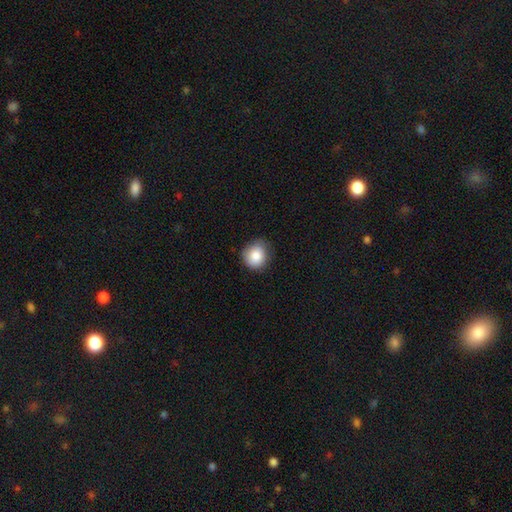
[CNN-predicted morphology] Overall: smooth (85%). How rounded: round (81%). Merging: none (73%).